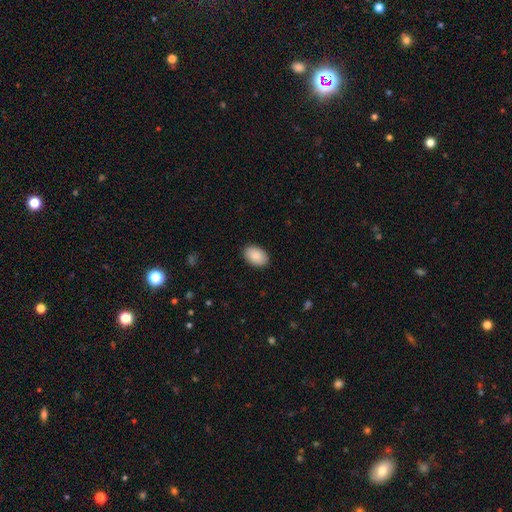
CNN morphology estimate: This appears to be a smooth galaxy with no disk features (90%) that is in between round and cigar-shaped (90%). Merging: none (90%).